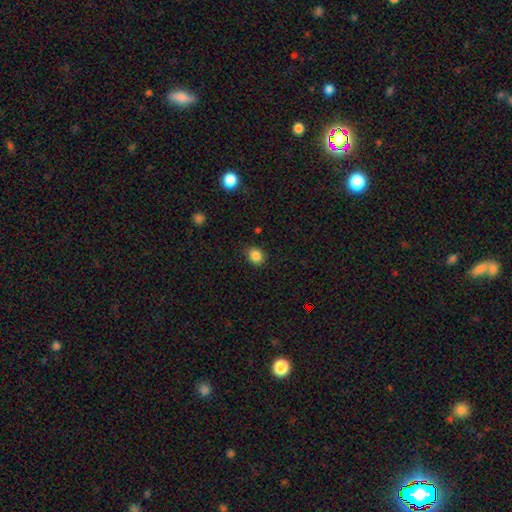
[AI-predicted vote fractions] The model was most divided on "how rounded": round: 68%, in between: 31%, cigar-shaped: 1%. More confident: merging — none (85%); smooth or featured — smooth (85%).